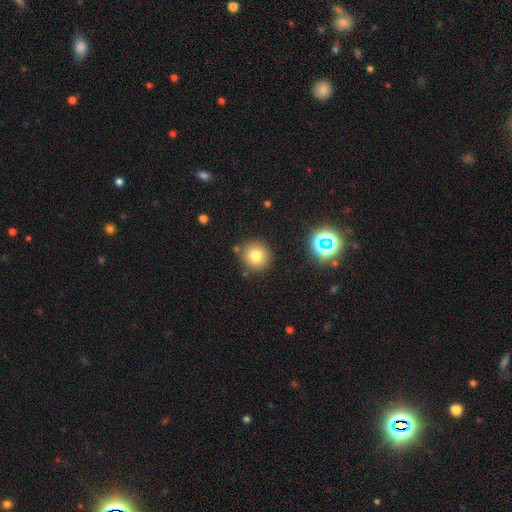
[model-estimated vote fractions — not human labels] Morphology: type=smooth (76%); roundness=round (92%); merging=none (84%).